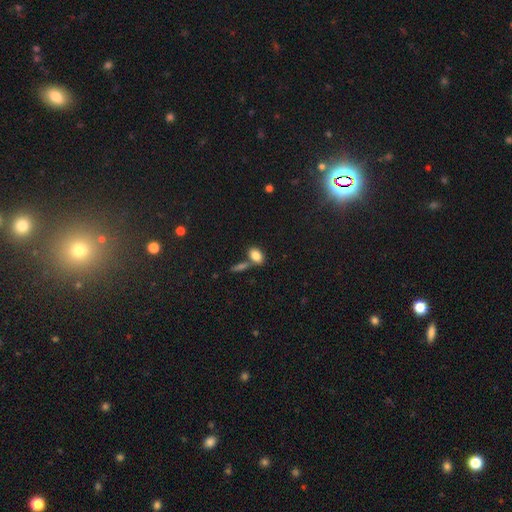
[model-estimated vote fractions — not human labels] This appears to be a smooth galaxy with no disk features (83%) that is in between round and cigar-shaped (86%). Merging: none (60%).